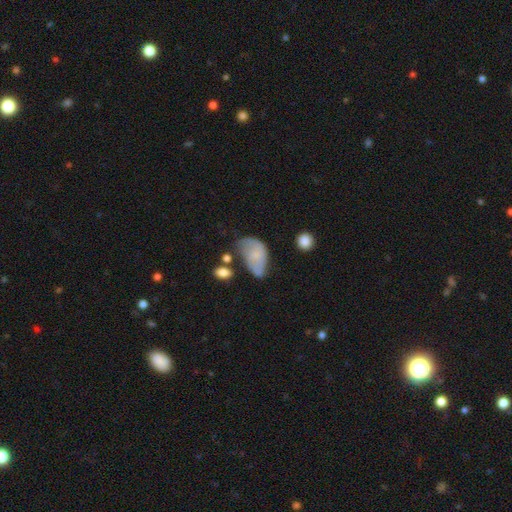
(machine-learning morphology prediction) smooth 52%, featured or disk 39%, star or artifact 9%. Down the decision tree: how rounded — in between (89%); merging — minor disturbance (36%).